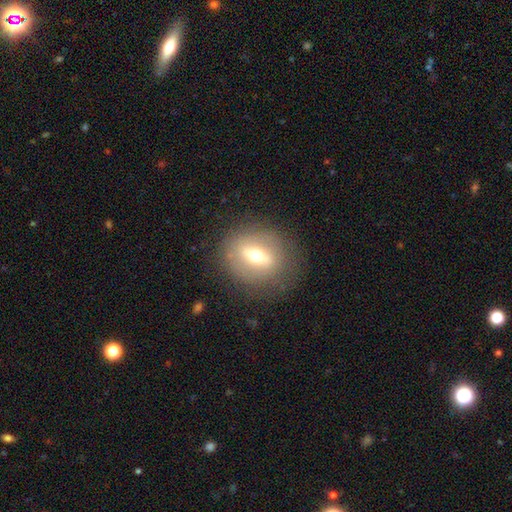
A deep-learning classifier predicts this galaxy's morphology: A featured or disk galaxy (48%). Merging: none (81%).